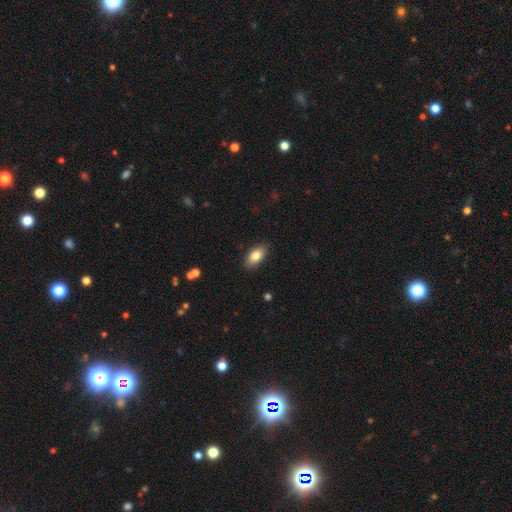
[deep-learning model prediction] smooth-or-featured: smooth: 83% | featured or disk: 10% | star or artifact: 7%
  how-rounded: in between: 91% | cigar-shaped: 5% | round: 4%
  merging: none: 87% | minor disturbance: 10% | major disturbance: 2% | merger: 1%